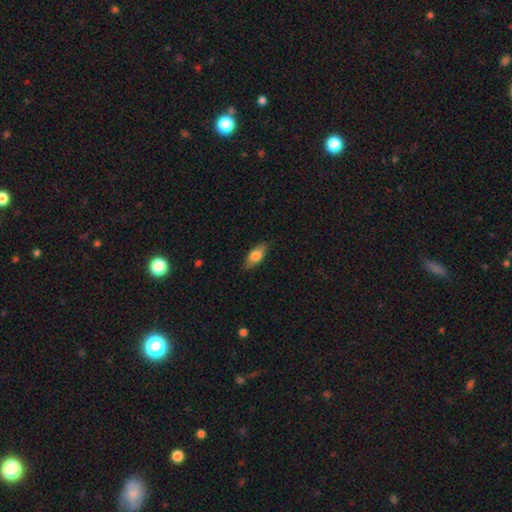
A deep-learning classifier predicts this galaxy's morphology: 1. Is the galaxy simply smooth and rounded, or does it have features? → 76% smooth, 18% featured or disk, 6% star or artifact.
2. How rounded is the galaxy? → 83% in between, 14% cigar-shaped, 3% round.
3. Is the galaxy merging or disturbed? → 84% none, 13% minor disturbance, 3% major disturbance, 1% merger.